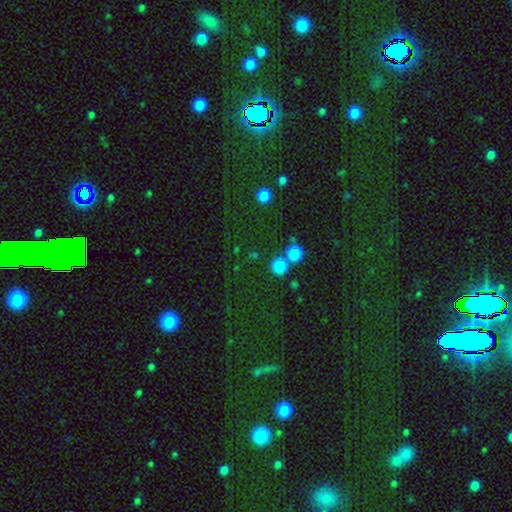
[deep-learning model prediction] Smooth or featured: star or artifact — 69% (smooth — 20%)